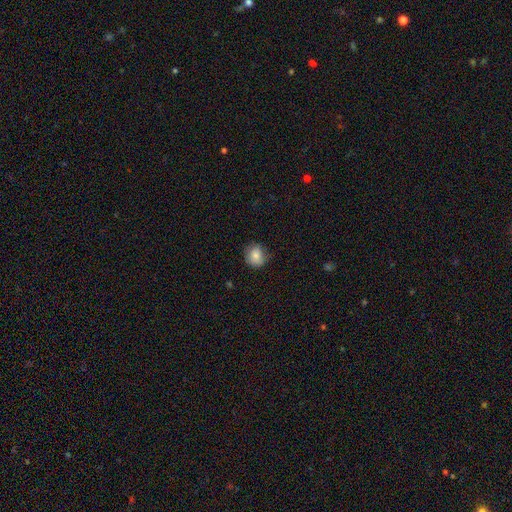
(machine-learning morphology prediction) Smooth or featured?
  - smooth: 82% *
  - featured or disk: 10%
  - star or artifact: 9%
How rounded?
  - round: 77% *
  - in between: 22%
  - cigar-shaped: 1%
Merging?
  - none: 73% *
  - minor disturbance: 22%
  - major disturbance: 5%
  - merger: 1%